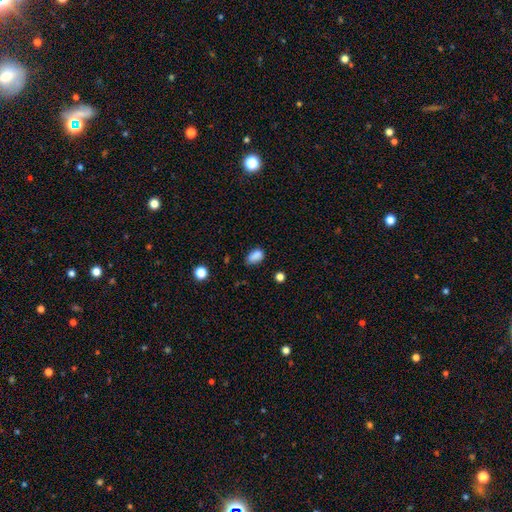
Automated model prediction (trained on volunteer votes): Smooth or featured: smooth — 85% (star or artifact — 10%)
How rounded: in between — 87% (round — 11%)
Merging: none — 67% (minor disturbance — 26%)